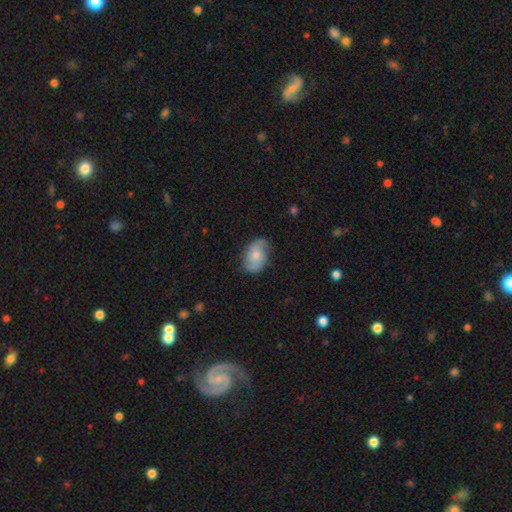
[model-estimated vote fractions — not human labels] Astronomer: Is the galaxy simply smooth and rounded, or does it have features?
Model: smooth — 52% (runner-up: featured or disk, 41%).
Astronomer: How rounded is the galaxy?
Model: in between — 85%.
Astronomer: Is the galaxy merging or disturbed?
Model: none — 66%.